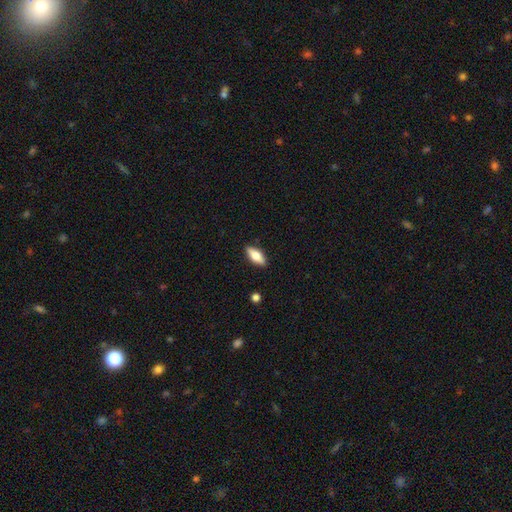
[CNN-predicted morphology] Q: Smooth or featured?
A: smooth (70%); runner-up: featured or disk (24%)
Q: How rounded?
A: in between (76%); runner-up: cigar-shaped (21%)
Q: Merging?
A: none (88%); runner-up: minor disturbance (9%)